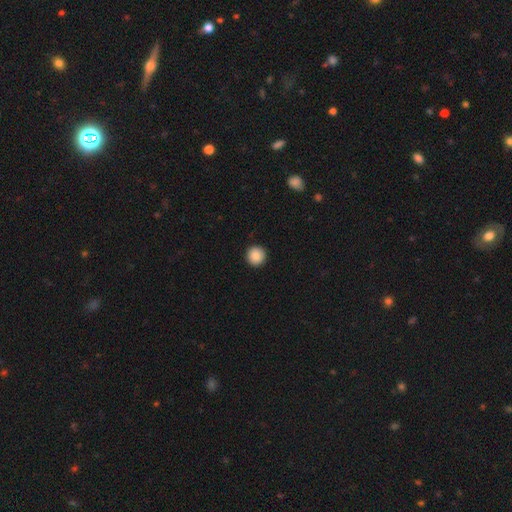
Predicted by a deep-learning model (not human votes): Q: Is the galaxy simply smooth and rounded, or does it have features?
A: smooth — 87%.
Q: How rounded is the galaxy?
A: round — 96%.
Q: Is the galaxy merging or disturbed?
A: none — 93%.